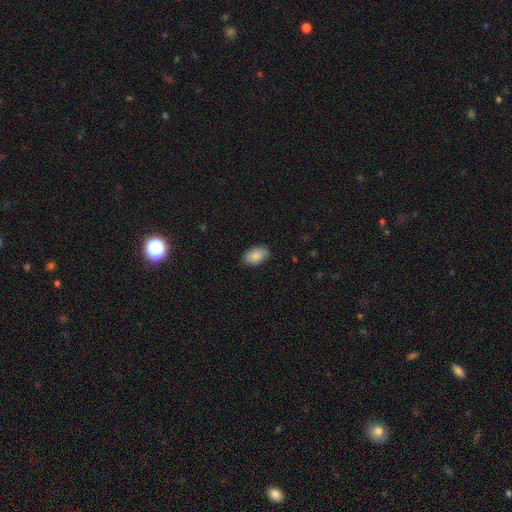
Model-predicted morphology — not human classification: This is clearly a smooth galaxy (88%). How rounded: clearly in between (92%). Merging: clearly none (87%).